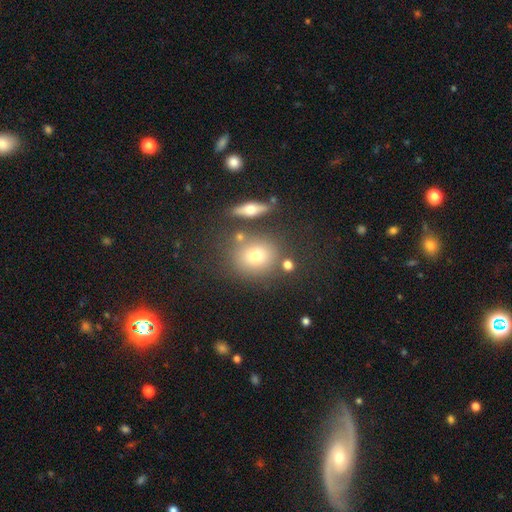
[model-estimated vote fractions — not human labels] Smooth or featured?
  - smooth: 70% *
  - featured or disk: 16%
  - star or artifact: 14%
How rounded?
  - round: 63% *
  - in between: 35%
  - cigar-shaped: 2%
Merging?
  - none: 73% *
  - minor disturbance: 12%
  - merger: 11%
  - major disturbance: 5%